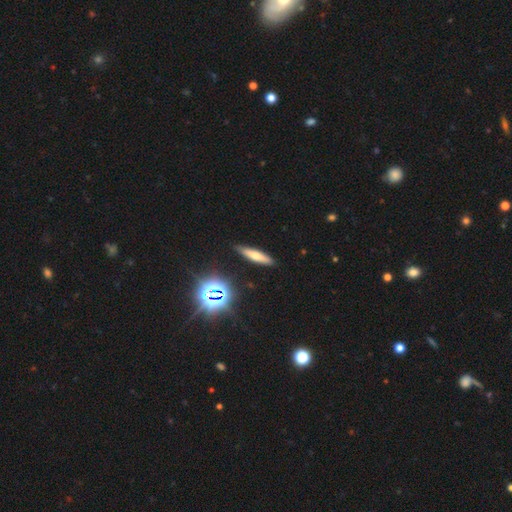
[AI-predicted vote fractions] This is possibly a smooth galaxy (57%). How rounded: likely cigar-shaped (78%). Merging: clearly none (86%).